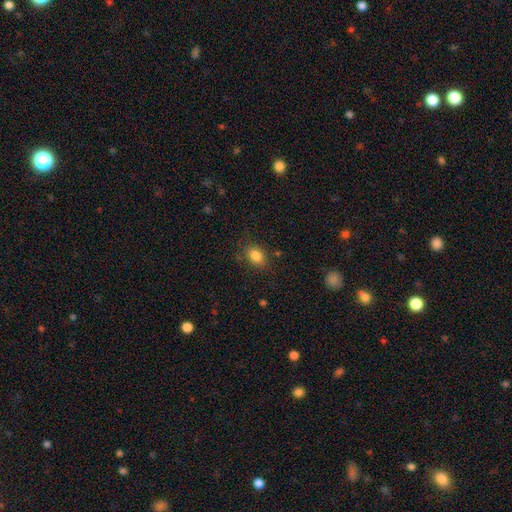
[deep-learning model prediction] A smooth galaxy with no disk features (83%) that is in between round and cigar-shaped (66%). Merging: none (78%).